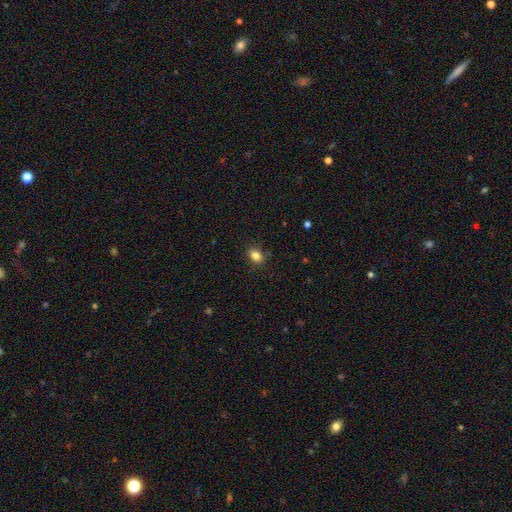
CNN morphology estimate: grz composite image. It shows a smooth galaxy with no disk features (84%) that is in between round and cigar-shaped (73%). Merging: none (86%).